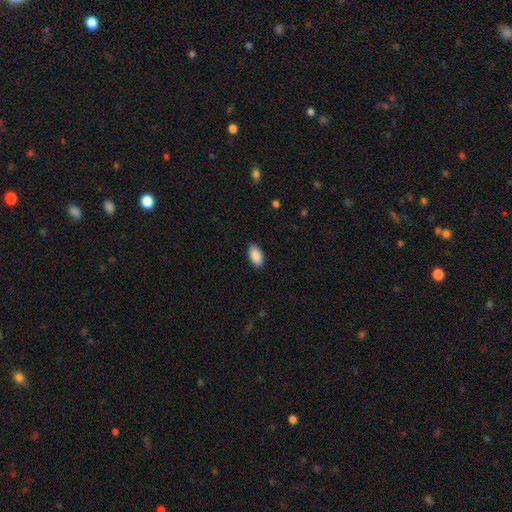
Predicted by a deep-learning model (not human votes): Q: Smooth or featured?
A: smooth (90%); runner-up: star or artifact (6%)
Q: How rounded?
A: in between (95%); runner-up: round (3%)
Q: Merging?
A: none (89%); runner-up: minor disturbance (9%)